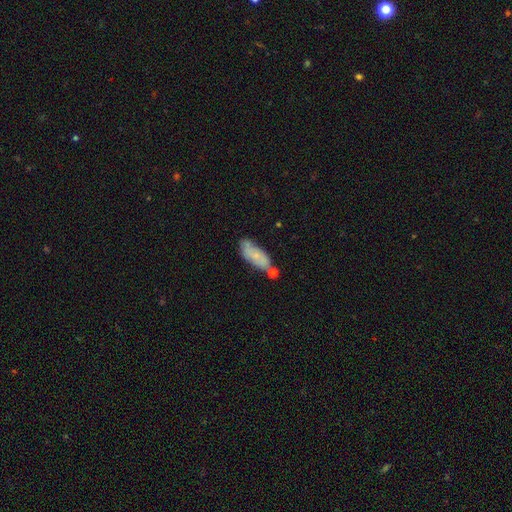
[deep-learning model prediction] Smooth or featured: smooth — 66% (featured or disk — 27%)
How rounded: in between — 74% (cigar-shaped — 24%)
Merging: none — 51% (minor disturbance — 25%)